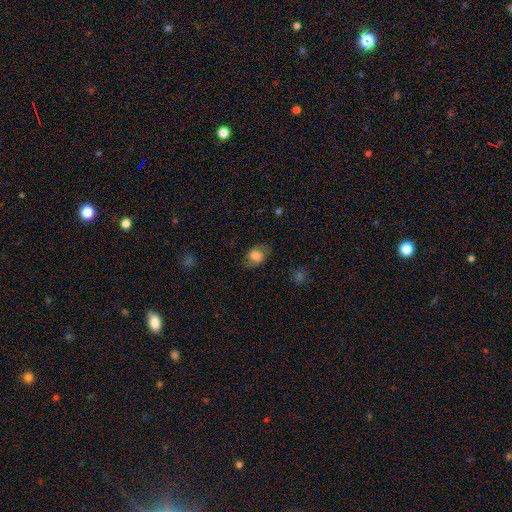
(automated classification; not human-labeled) Smooth or featured? smooth (74%)
How rounded? in between (70%)
Merging? none (72%)